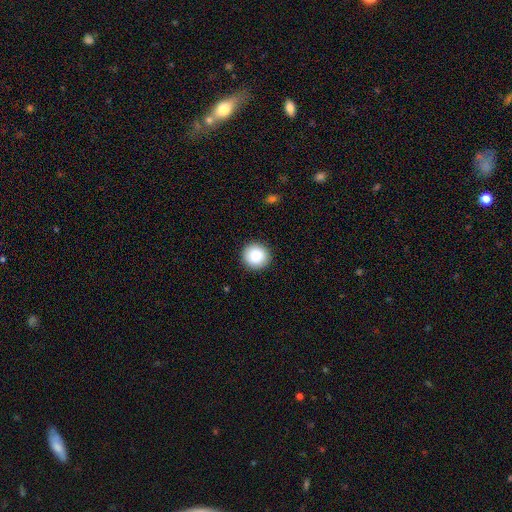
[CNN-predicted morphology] A smooth galaxy with no disk features (88%) that is round (95%).

Vote fractions:
- Smooth or featured? smooth: 88% / star or artifact: 8% / featured or disk: 4%
- How rounded? round: 95% / in between: 4% / cigar-shaped: 1%
- Merging? none: 92% / minor disturbance: 5% / major disturbance: 2% / merger: 1%